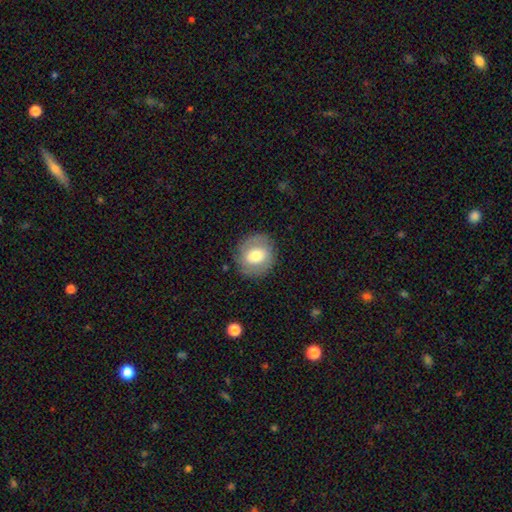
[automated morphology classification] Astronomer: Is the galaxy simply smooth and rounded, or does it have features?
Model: smooth — 63%.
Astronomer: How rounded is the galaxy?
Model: round — 82%.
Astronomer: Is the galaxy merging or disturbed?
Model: none — 84%.